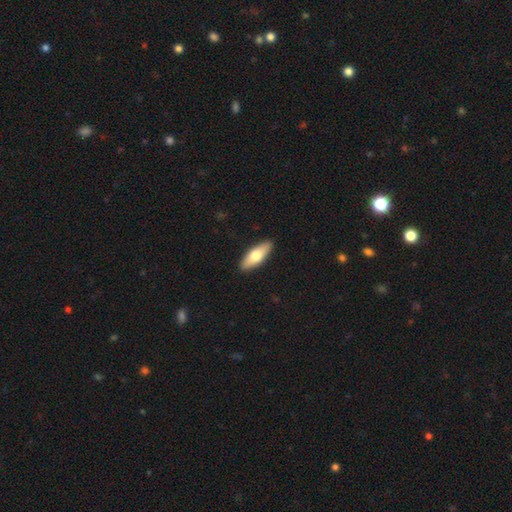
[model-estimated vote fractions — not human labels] smooth-or-featured: smooth: 68% | featured or disk: 27% | star or artifact: 5%
  how-rounded: in between: 66% | cigar-shaped: 31% | round: 2%
  merging: none: 91% | minor disturbance: 7% | major disturbance: 1% | merger: 1%